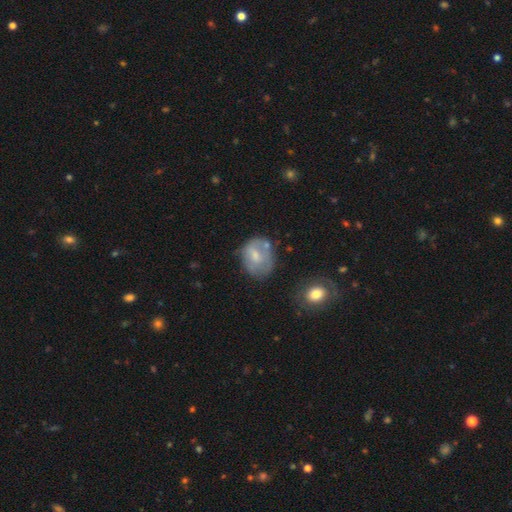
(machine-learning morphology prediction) Smooth or featured: smooth — 55% (featured or disk — 37%)
How rounded: round — 55% (in between — 44%)
Merging: none — 51% (minor disturbance — 27%)